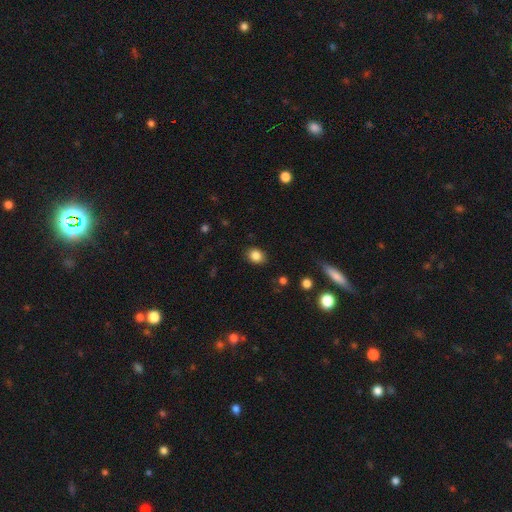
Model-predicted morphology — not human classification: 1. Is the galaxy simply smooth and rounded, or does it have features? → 85% smooth, 10% star or artifact, 5% featured or disk.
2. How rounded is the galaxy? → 52% in between, 47% round, 1% cigar-shaped.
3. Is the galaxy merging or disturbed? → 87% none, 10% minor disturbance, 3% major disturbance, 1% merger.